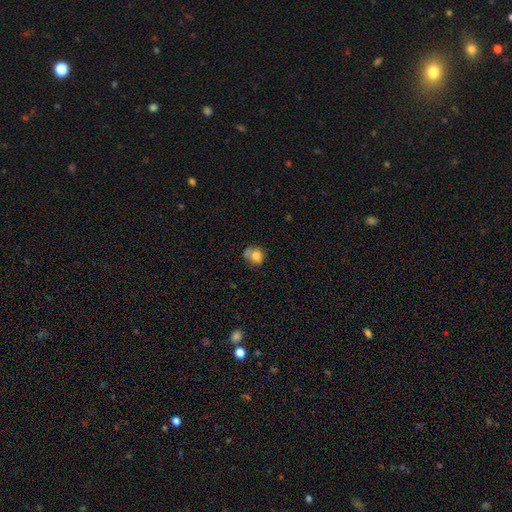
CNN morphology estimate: type=smooth (75%); roundness=round (74%); merging=none (46%).